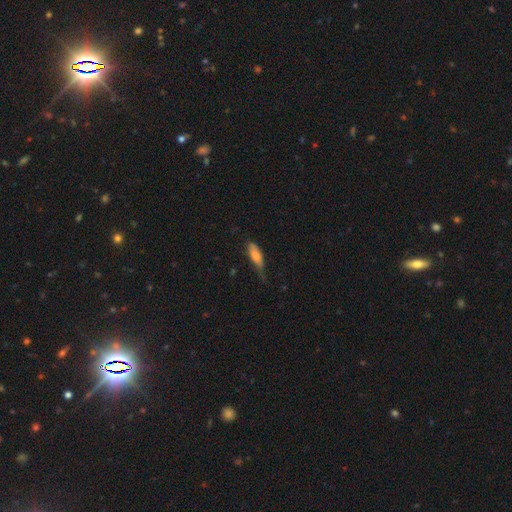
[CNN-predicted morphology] Overall: smooth (71%). How rounded: in between (53%; cigar-shaped 45%). Merging: none (46%; minor disturbance 40%).